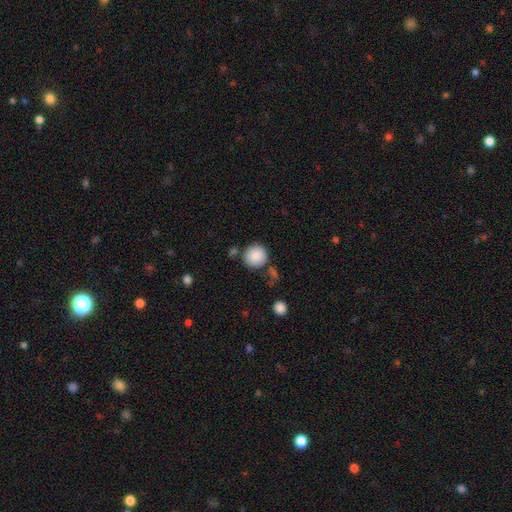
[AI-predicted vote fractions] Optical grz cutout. It shows a smooth galaxy with no disk features (87%) that is round (93%). Merging: none (79%).